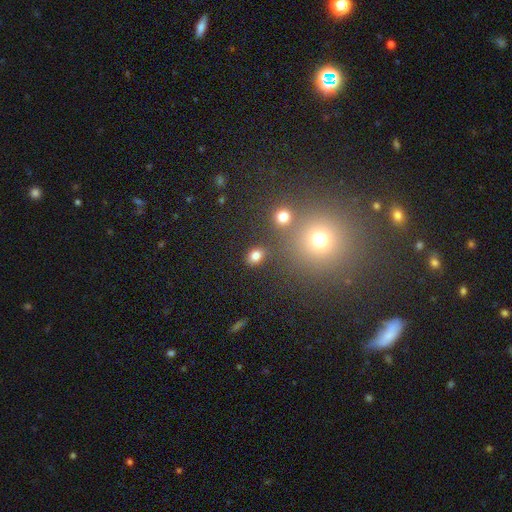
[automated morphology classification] Smooth or featured? Predicted: smooth (p=0.80). How rounded? Predicted: in between (p=0.54). Merging? Predicted: none (p=0.80).